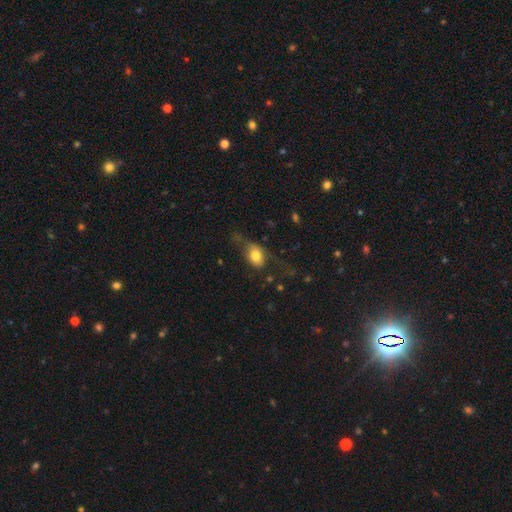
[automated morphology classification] A smooth galaxy with no disk features (72%) that is in between round and cigar-shaped (71%). Merging: none (42%).